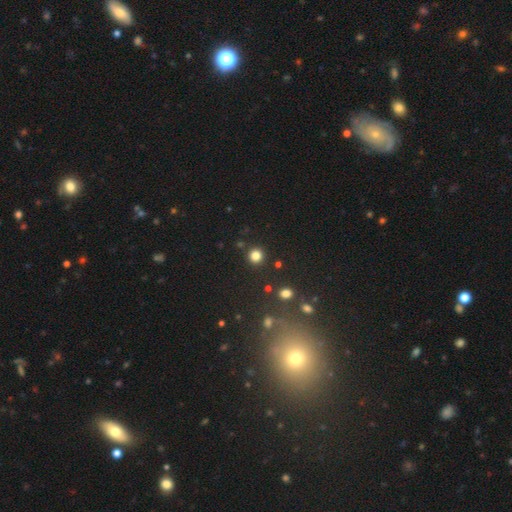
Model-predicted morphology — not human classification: A smooth galaxy with no disk features (82%) that is round (94%).

Vote fractions:
- Smooth or featured? smooth: 82% / star or artifact: 14% / featured or disk: 4%
- How rounded? round: 94% / in between: 5% / cigar-shaped: 1%
- Merging? none: 90% / minor disturbance: 5% / merger: 2% / major disturbance: 2%